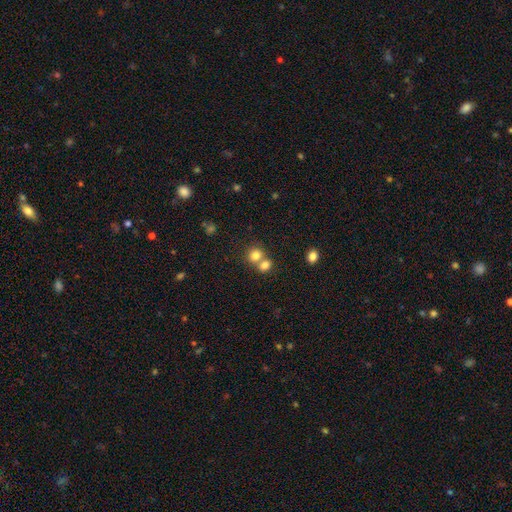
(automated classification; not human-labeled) smooth_or_featured: smooth (p=0.80) [alt: star or artifact p=0.11]
how_rounded: round (p=0.73) [alt: in between p=0.26]
merging: merger (p=0.51) [alt: none p=0.40]